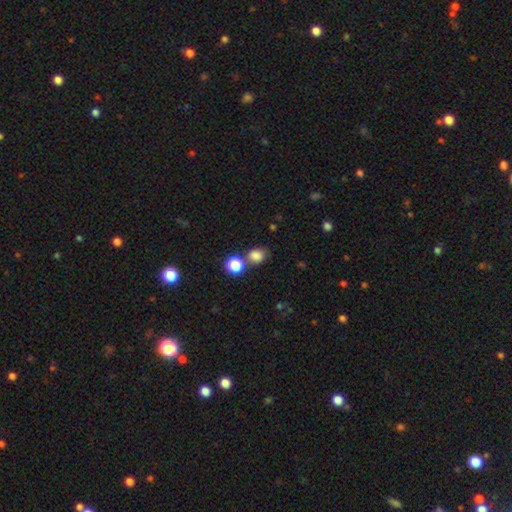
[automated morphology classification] This is clearly a smooth galaxy (81%). How rounded: likely round (64%). Merging: likely none (61%).